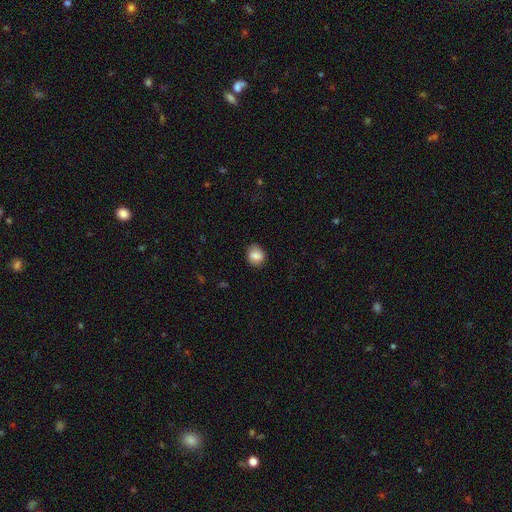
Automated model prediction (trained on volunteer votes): Morphology: type=smooth (82%); roundness=round (58%); merging=none (78%).